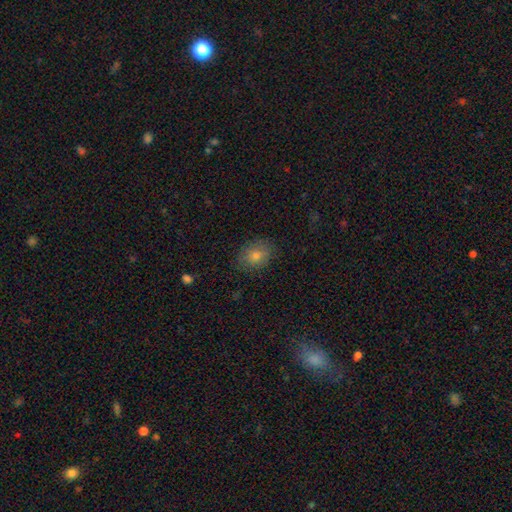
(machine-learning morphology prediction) The model was most divided on "how rounded": in between: 57%, round: 42%, cigar-shaped: 1%. More confident: merging — none (83%); smooth or featured — smooth (75%).